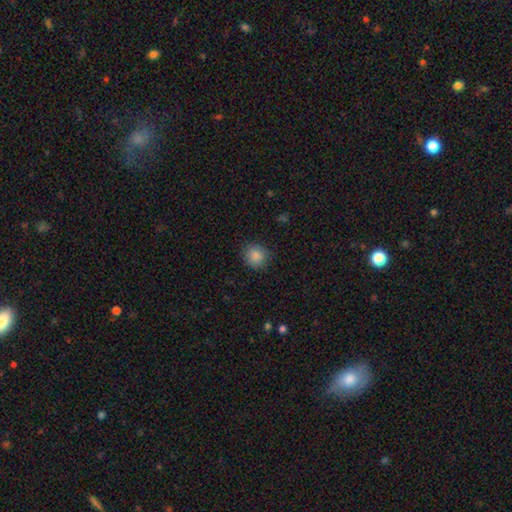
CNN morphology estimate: smooth-or-featured: smooth: 87% | star or artifact: 10% | featured or disk: 4%
  how-rounded: round: 88% | in between: 11% | cigar-shaped: 1%
  merging: none: 87% | minor disturbance: 9% | major disturbance: 3% | merger: 1%